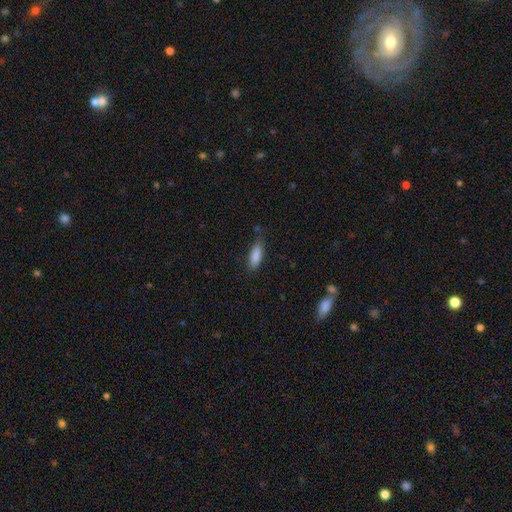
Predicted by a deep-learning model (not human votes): Overall: smooth (87%). How rounded: in between (62%; cigar-shaped 36%). Merging: none (74%).